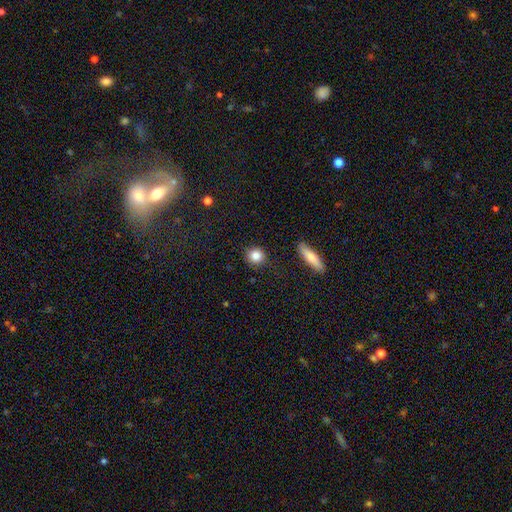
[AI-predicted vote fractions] A smooth galaxy with no disk features (85%) that is round (86%).

Vote fractions:
- Smooth or featured? smooth: 85% / star or artifact: 9% / featured or disk: 6%
- How rounded? round: 86% / in between: 12% / cigar-shaped: 2%
- Merging? none: 88% / minor disturbance: 8% / major disturbance: 2% / merger: 2%